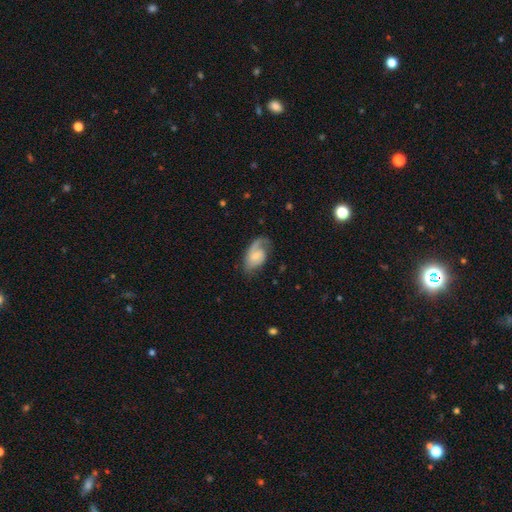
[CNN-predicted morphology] Smooth or featured?
  - featured or disk: 57% *
  - smooth: 36%
  - star or artifact: 7%
Edge-on disk?
  - no: 96% *
  - yes: 4%
Bar?
  - no: 53% *
  - weak: 39%
  - strong: 8%
Spiral arms?
  - yes: 89% *
  - no: 11%
Bulge size?
  - small: 42% *
  - moderate: 27%
  - none: 22%
  - large: 7%
  - dominant: 2%
Merging?
  - none: 52% *
  - minor disturbance: 25%
  - major disturbance: 21%
  - merger: 2%